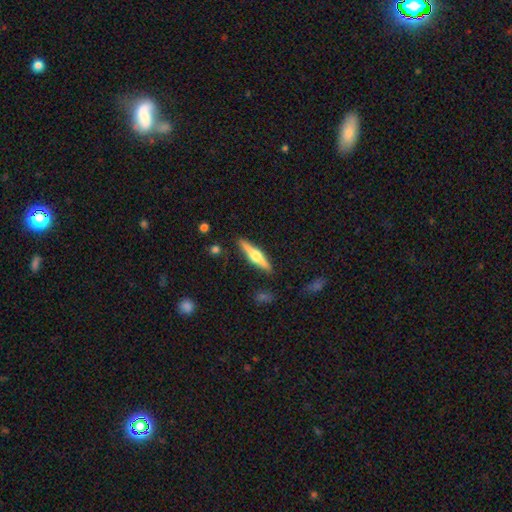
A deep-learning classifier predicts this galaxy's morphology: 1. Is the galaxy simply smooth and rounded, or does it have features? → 67% featured or disk, 28% smooth, 6% star or artifact.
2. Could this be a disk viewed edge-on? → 97% yes, 3% no.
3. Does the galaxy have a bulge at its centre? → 93% rounded, 4% boxy, 2% none.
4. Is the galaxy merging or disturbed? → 89% none, 7% minor disturbance, 2% major disturbance, 2% merger.